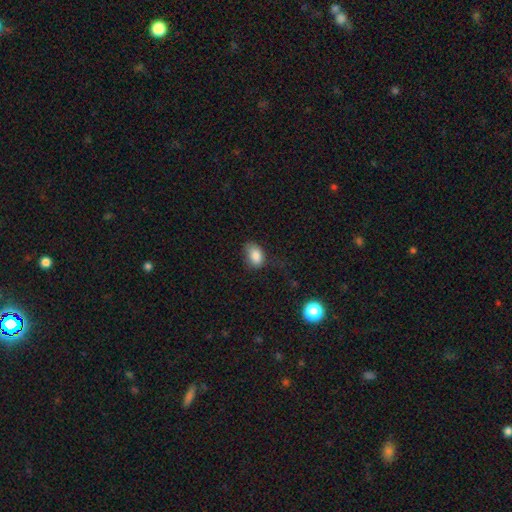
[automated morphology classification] This appears to be a smooth galaxy with no disk features (84%) that is in between round and cigar-shaped (82%). Merging: none (59%).